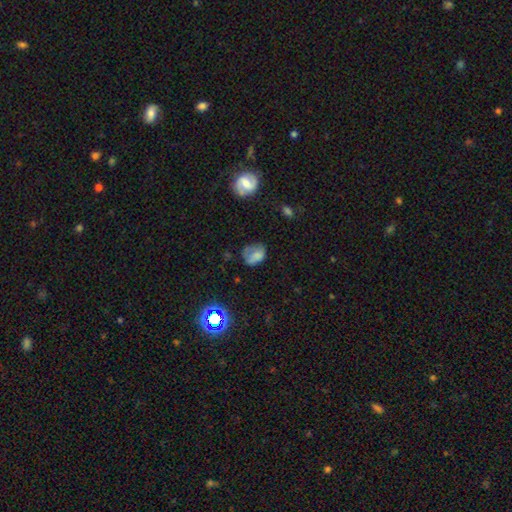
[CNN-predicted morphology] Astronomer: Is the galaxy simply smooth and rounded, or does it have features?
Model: smooth — 65%.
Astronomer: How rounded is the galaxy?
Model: in between — 66%.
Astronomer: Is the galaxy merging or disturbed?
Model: none — 41% (runner-up: minor disturbance, 32%).